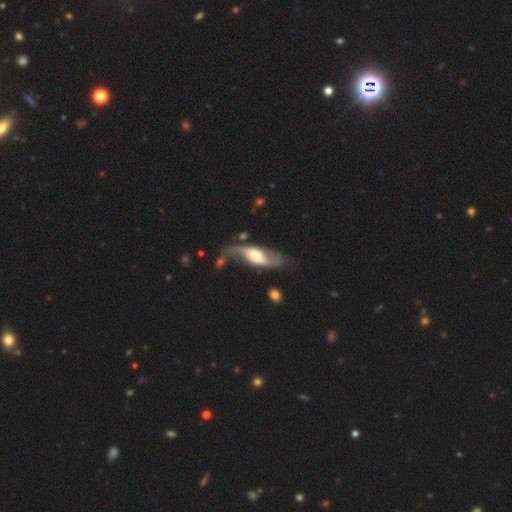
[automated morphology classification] Smooth or featured?
  - featured or disk: 79% *
  - smooth: 17%
  - star or artifact: 5%
Edge-on disk?
  - no: 88% *
  - yes: 12%
Bar?
  - no: 47% *
  - weak: 37%
  - strong: 16%
Spiral arms?
  - yes: 92% *
  - no: 8%
Spiral winding?
  - loose: 79% *
  - medium: 16%
  - tight: 5%
Spiral arm count?
  - 2: 89% *
  - 1: 4%
  - can't tell: 4%
  - 3: 1%
  - 4: 1%
  - more than 4: 1%
Bulge size?
  - moderate: 54% *
  - large: 24%
  - small: 16%
  - dominant: 3%
  - none: 3%
Merging?
  - none: 52% *
  - minor disturbance: 21%
  - major disturbance: 18%
  - merger: 9%